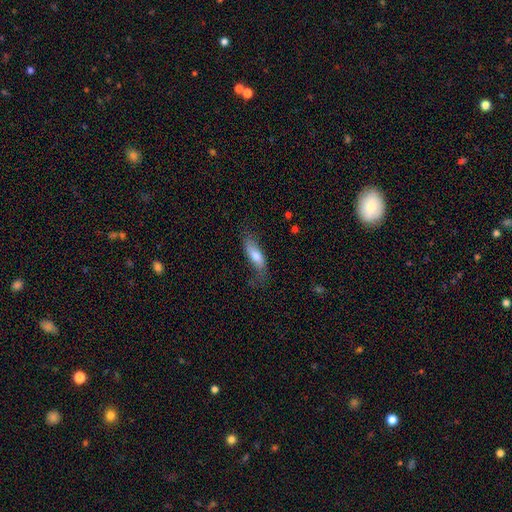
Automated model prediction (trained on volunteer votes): Smooth or featured? Predicted: smooth (p=0.65). How rounded? Predicted: in between (p=0.58). Merging? Predicted: none (p=0.52).